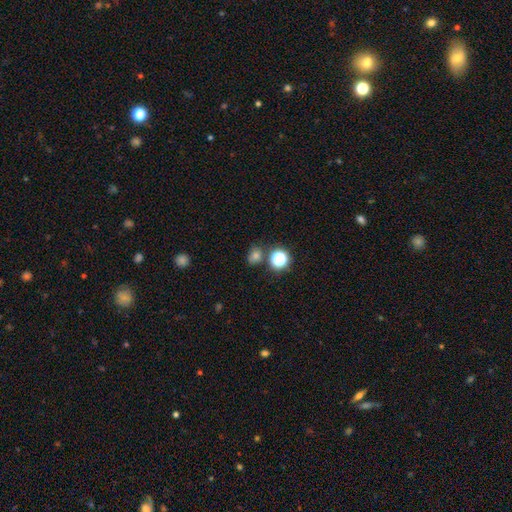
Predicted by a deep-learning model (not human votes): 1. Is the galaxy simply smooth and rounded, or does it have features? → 63% smooth, 31% star or artifact, 7% featured or disk.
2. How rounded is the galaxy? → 68% round, 31% in between, 1% cigar-shaped.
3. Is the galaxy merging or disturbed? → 76% none, 11% merger, 10% minor disturbance, 4% major disturbance.